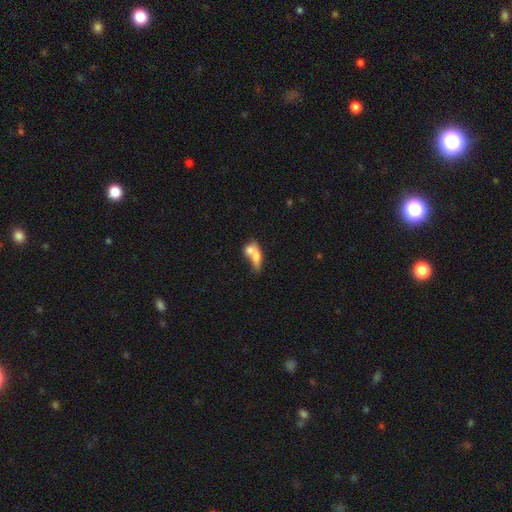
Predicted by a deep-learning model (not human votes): This appears to be a smooth galaxy with no disk features (65%) that is in between round and cigar-shaped (65%). Merging: merger (65%).